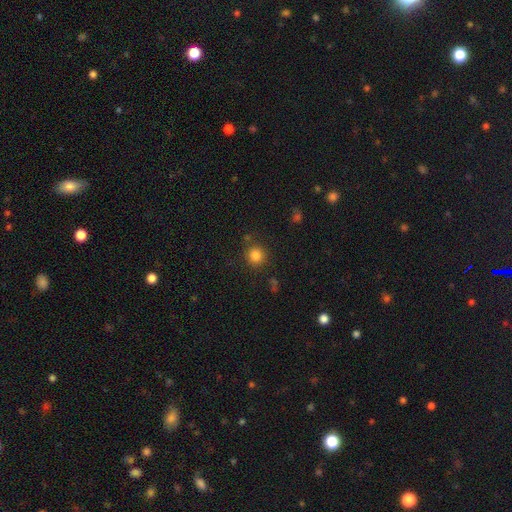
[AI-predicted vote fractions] Smooth or featured: smooth — 84% (star or artifact — 12%)
How rounded: round — 92% (in between — 7%)
Merging: none — 85% (minor disturbance — 8%)